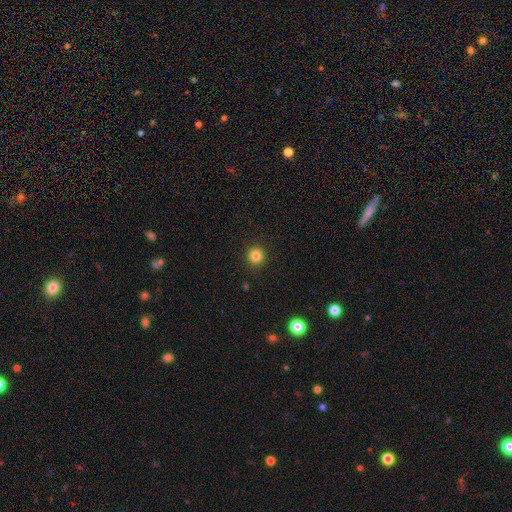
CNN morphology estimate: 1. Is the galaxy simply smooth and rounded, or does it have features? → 83% smooth, 12% star or artifact, 5% featured or disk.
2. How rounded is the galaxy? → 94% round, 5% in between, 1% cigar-shaped.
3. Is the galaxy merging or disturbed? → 92% none, 5% minor disturbance, 2% major disturbance, 1% merger.